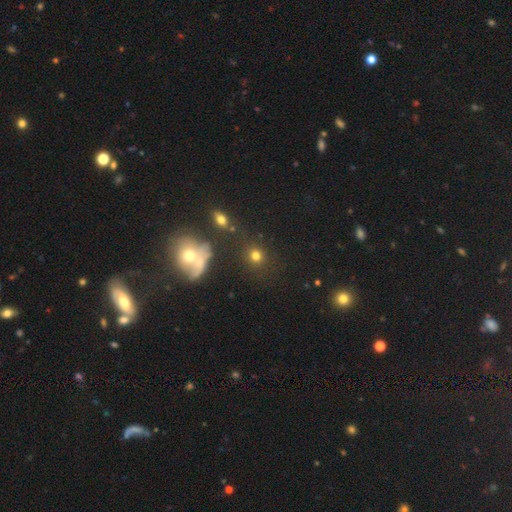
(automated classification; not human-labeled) Morphology: type=smooth (75%); roundness=round (84%); merging=none (77%).